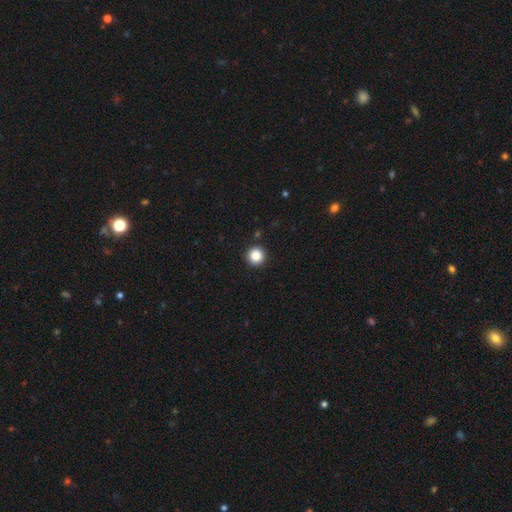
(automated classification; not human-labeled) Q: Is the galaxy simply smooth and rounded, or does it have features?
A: smooth — 85%.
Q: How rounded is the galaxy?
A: round — 96%.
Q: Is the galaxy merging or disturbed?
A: none — 93%.